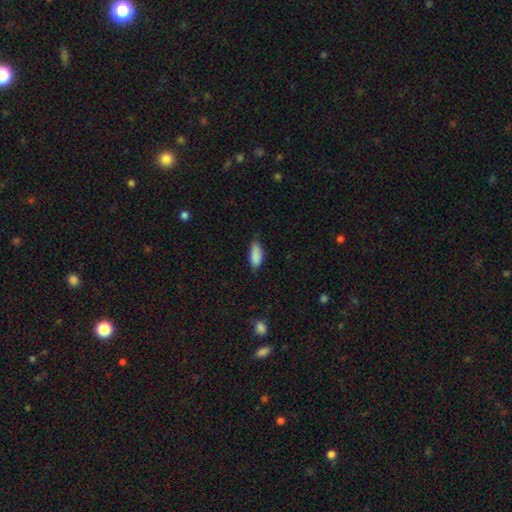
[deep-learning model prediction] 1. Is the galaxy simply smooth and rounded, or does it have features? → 87% smooth, 7% star or artifact, 6% featured or disk.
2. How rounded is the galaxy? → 78% in between, 20% cigar-shaped, 2% round.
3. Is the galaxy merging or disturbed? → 64% none, 30% minor disturbance, 4% major disturbance, 2% merger.